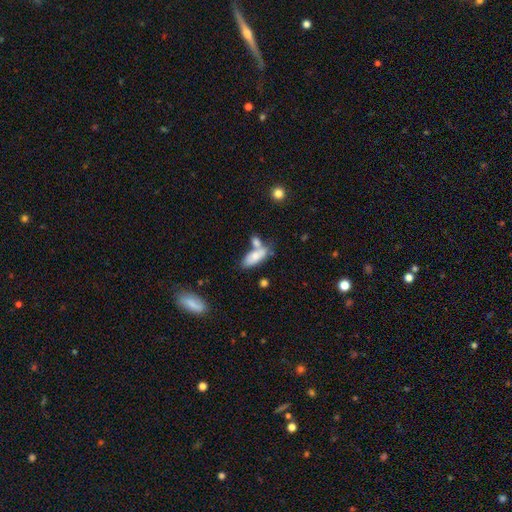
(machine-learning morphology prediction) smooth-or-featured: smooth: 76% | featured or disk: 18% | star or artifact: 7%
  how-rounded: in between: 75% | cigar-shaped: 22% | round: 3%
  merging: none: 41% | merger: 38% | minor disturbance: 15% | major disturbance: 6%